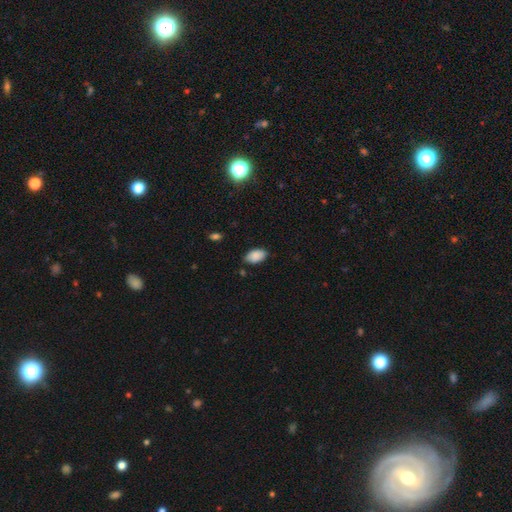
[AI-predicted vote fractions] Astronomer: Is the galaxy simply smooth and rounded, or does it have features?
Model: smooth — 88%.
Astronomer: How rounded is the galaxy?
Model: in between — 94%.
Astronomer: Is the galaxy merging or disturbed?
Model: none — 81%.